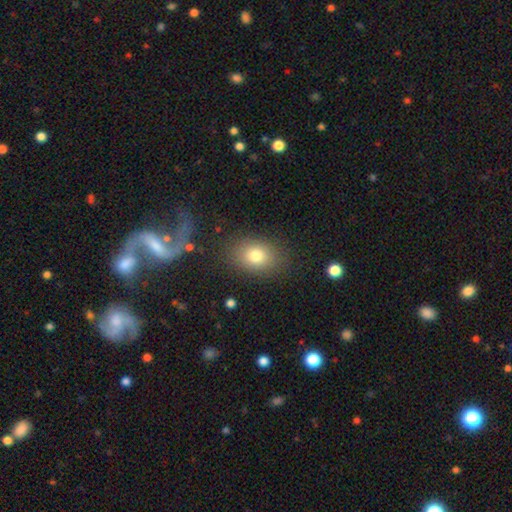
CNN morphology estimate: A smooth galaxy with no disk features (78%) that is in between round and cigar-shaped (65%).

Vote fractions:
- Smooth or featured? smooth: 78% / star or artifact: 11% / featured or disk: 11%
- How rounded? in between: 65% / round: 34% / cigar-shaped: 1%
- Merging? none: 83% / minor disturbance: 11% / major disturbance: 5% / merger: 2%